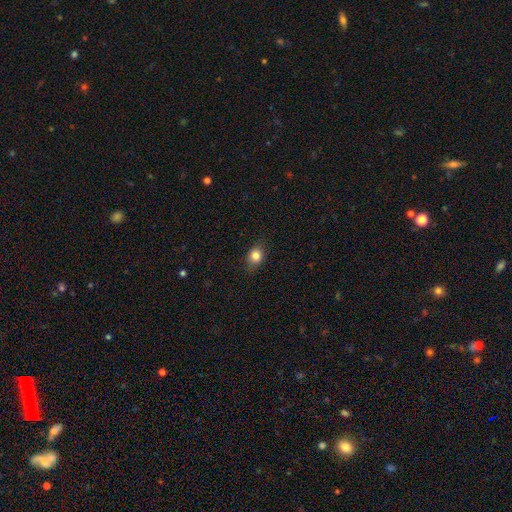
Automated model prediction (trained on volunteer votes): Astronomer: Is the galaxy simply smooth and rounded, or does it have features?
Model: smooth — 82%.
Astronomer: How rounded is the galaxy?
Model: round — 50% (runner-up: in between, 49%).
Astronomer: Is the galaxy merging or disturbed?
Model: none — 80%.